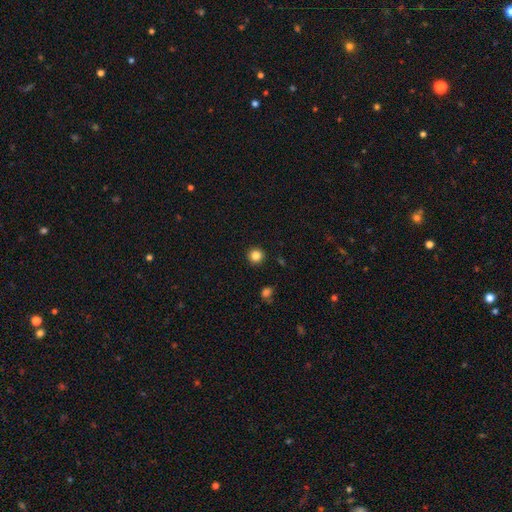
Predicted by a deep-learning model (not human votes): smooth-or-featured: smooth: 84% | star or artifact: 11% | featured or disk: 4%
  how-rounded: round: 95% | in between: 4% | cigar-shaped: 1%
  merging: none: 92% | minor disturbance: 5% | major disturbance: 2% | merger: 1%